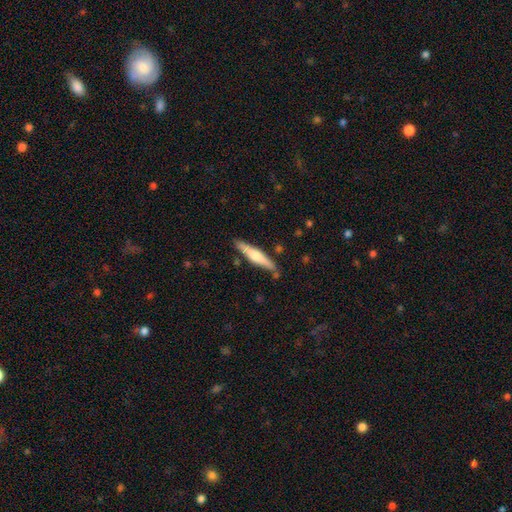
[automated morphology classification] Smooth or featured?
  - smooth: 47% * (tied)
  - featured or disk: 47% * (tied)
  - star or artifact: 5%
Merging?
  - none: 84% *
  - minor disturbance: 11%
  - merger: 3%
  - major disturbance: 2%